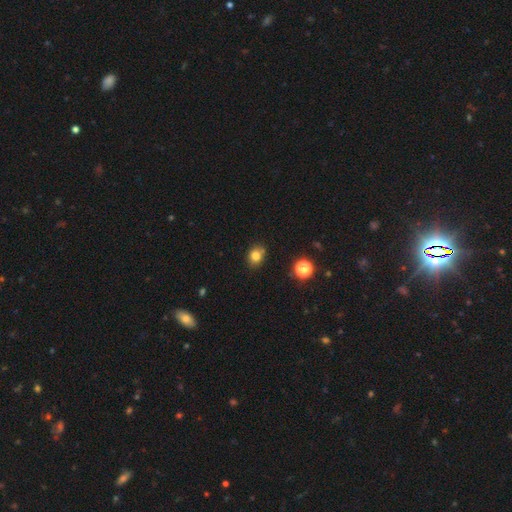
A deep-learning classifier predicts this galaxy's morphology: Smooth or featured? Predicted: smooth (p=0.80). How rounded? Predicted: round (p=0.57). Merging? Predicted: none (p=0.74).